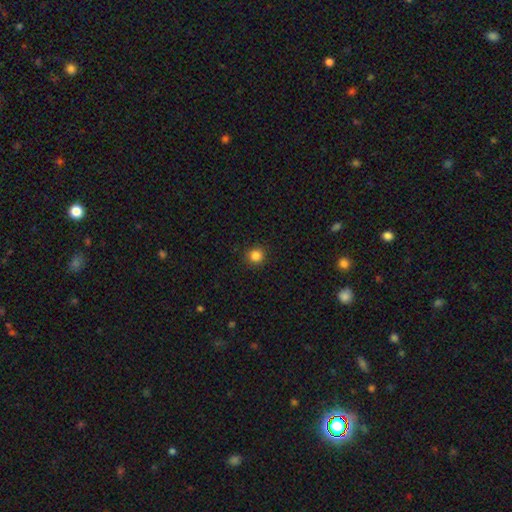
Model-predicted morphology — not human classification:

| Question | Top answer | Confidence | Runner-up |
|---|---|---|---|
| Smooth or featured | smooth | 85% | star or artifact (12%) |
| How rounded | round | 94% | in between (5%) |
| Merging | none | 92% | minor disturbance (5%) |